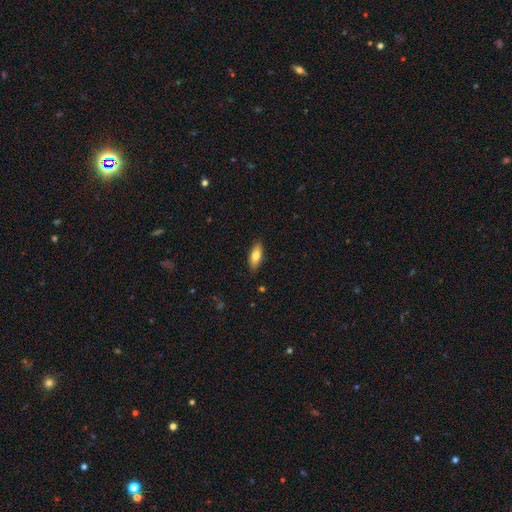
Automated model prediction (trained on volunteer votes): Overall: smooth (74%). How rounded: in between (73%). Merging: none (87%).